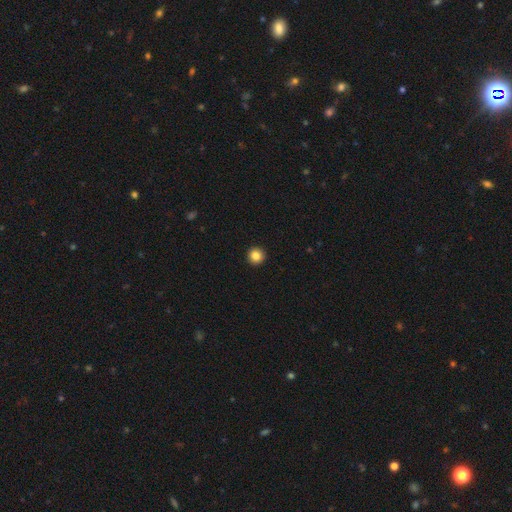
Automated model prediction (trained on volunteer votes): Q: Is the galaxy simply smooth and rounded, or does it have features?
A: smooth — 86%.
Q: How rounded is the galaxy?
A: round — 96%.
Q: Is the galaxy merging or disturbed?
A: none — 94%.